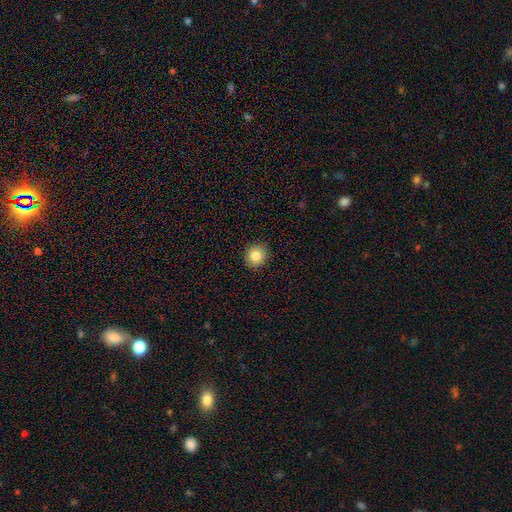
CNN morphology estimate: This is clearly a smooth galaxy (83%). How rounded: clearly round (86%). Merging: clearly none (91%).